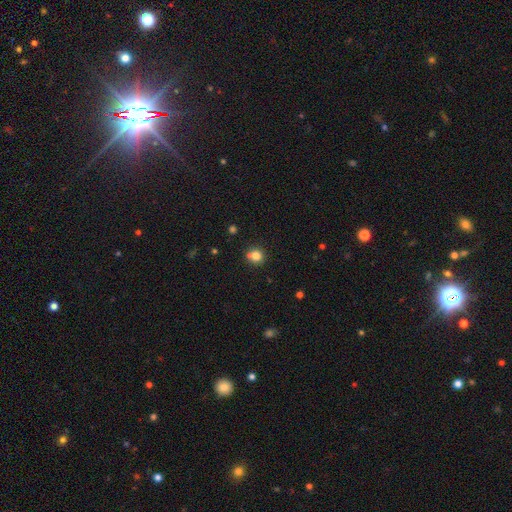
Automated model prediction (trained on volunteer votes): smooth 80%, star or artifact 12%, featured or disk 8%. Down the decision tree: how rounded — round (84%); merging — none (69%).